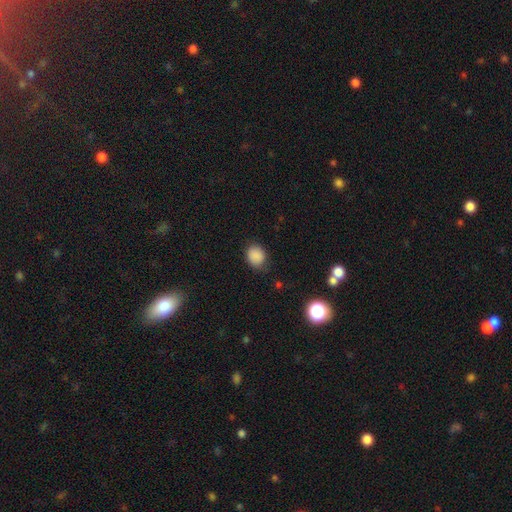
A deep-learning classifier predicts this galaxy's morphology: Smooth or featured: smooth — 86% (star or artifact — 10%)
How rounded: round — 64% (in between — 35%)
Merging: none — 75% (minor disturbance — 19%)